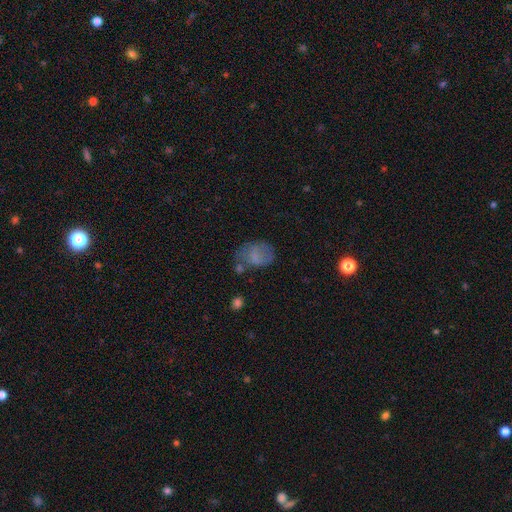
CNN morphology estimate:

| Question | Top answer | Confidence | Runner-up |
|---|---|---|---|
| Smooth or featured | smooth | 65% | featured or disk (22%) |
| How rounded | in between | 70% | round (29%) |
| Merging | none | 45% | minor disturbance (28%) |